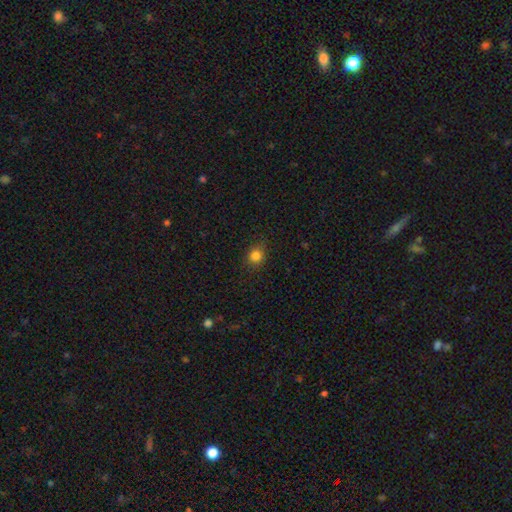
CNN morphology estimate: A smooth galaxy with no disk features (83%) that is round (79%). Merging: none (87%).